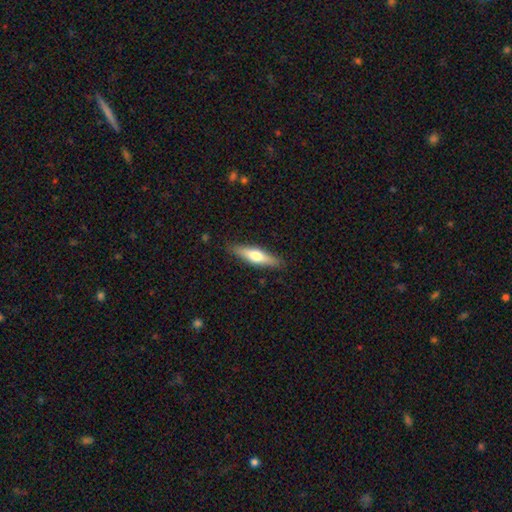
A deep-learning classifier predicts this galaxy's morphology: Smooth or featured: smooth — 50% (featured or disk — 45%)
Merging: none — 88% (minor disturbance — 9%)